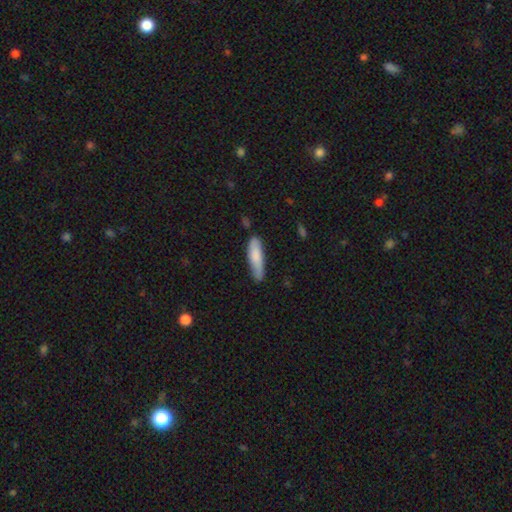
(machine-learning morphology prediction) smooth_or_featured: smooth (p=0.80) [alt: featured or disk p=0.14]
how_rounded: cigar-shaped (p=0.72) [alt: in between p=0.27]
merging: none (p=0.72) [alt: minor disturbance p=0.22]